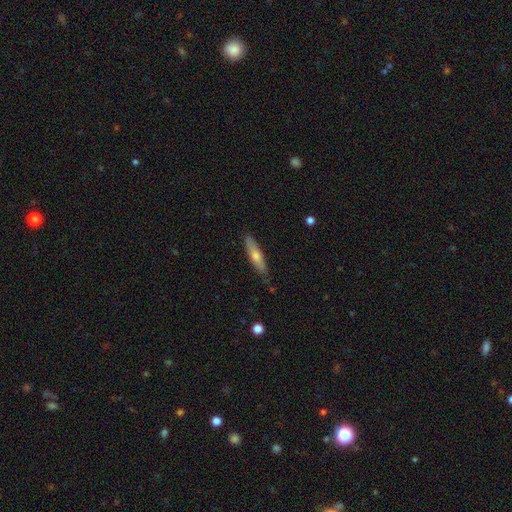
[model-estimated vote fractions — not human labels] This is possibly a smooth galaxy (53%). How rounded: clearly cigar-shaped (82%). Merging: clearly none (83%).